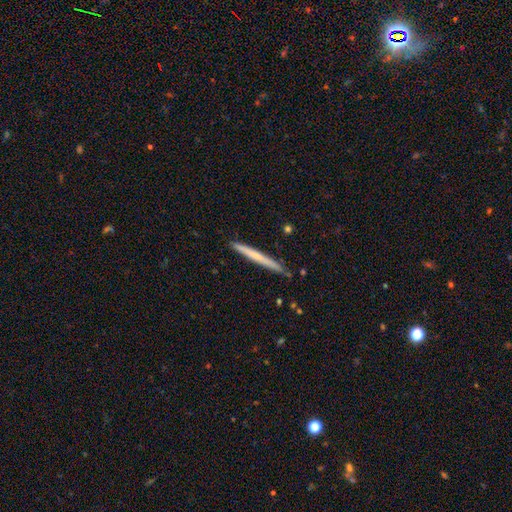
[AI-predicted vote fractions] smooth 55%, featured or disk 40%, star or artifact 6%. Down the decision tree: how rounded — cigar-shaped (97%); merging — none (89%).